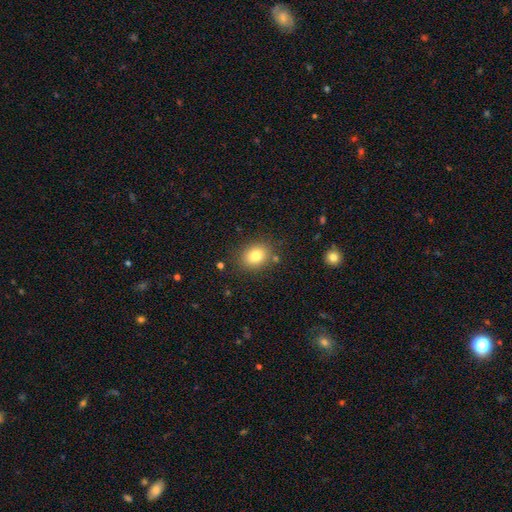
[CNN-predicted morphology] smooth_or_featured: smooth (p=0.80) [alt: star or artifact p=0.11]
how_rounded: round (p=0.51) [alt: in between p=0.48]
merging: none (p=0.83) [alt: minor disturbance p=0.10]